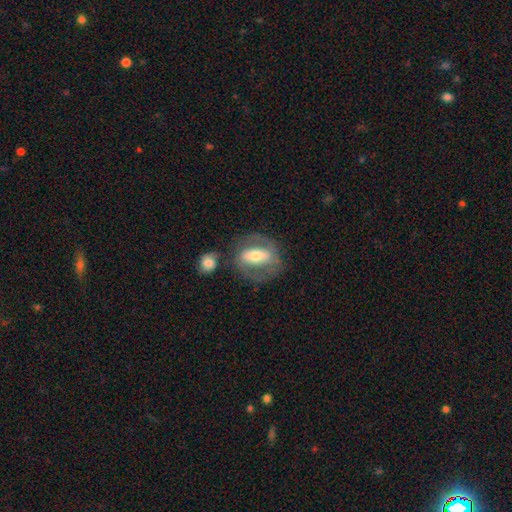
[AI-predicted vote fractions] Smooth or featured: featured or disk — 62% (smooth — 32%)
Edge-on disk: no — 89% (yes — 11%)
Bar: strong — 55% (weak — 25%)
Spiral arms: yes — 56% (no — 44%)
Bulge size: moderate — 61% (small — 23%)
Merging: none — 58% (minor disturbance — 16%)